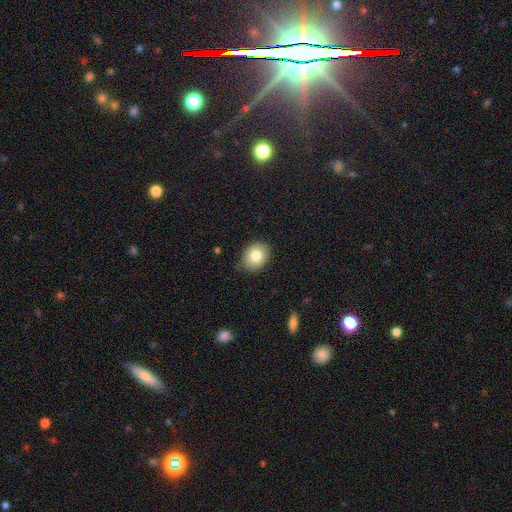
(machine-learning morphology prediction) Smooth or featured?
  - smooth: 81% *
  - featured or disk: 10%
  - star or artifact: 9%
How rounded?
  - in between: 53% *
  - round: 46%
  - cigar-shaped: 1%
Merging?
  - none: 85% *
  - minor disturbance: 12%
  - major disturbance: 2%
  - merger: 1%